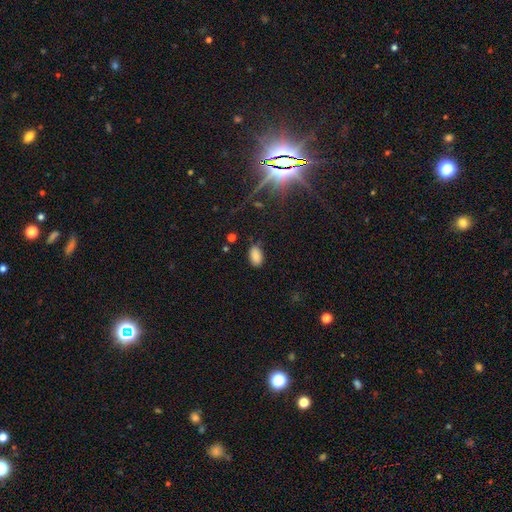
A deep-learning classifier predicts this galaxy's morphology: A smooth galaxy with no disk features (84%) that is in between round and cigar-shaped (92%). Merging: none (77%).